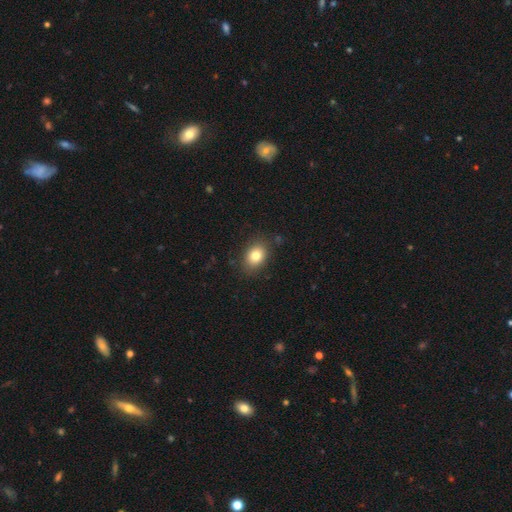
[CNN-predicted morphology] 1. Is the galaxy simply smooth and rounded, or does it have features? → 81% smooth, 10% star or artifact, 9% featured or disk.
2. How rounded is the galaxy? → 63% in between, 36% round, 1% cigar-shaped.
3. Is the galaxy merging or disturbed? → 85% none, 11% minor disturbance, 3% major disturbance, 1% merger.